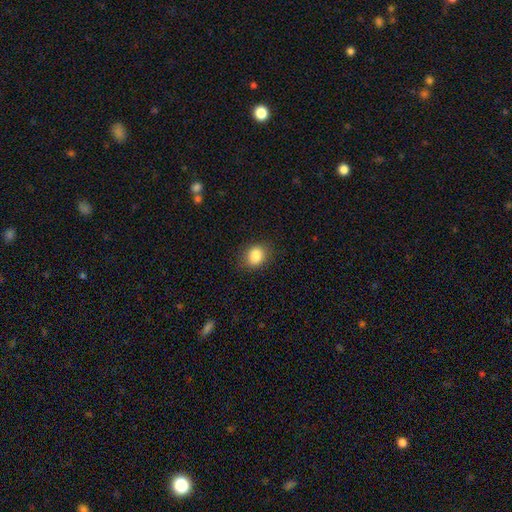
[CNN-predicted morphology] Overall: smooth (86%). How rounded: round (53%; in between 46%). Merging: none (85%).